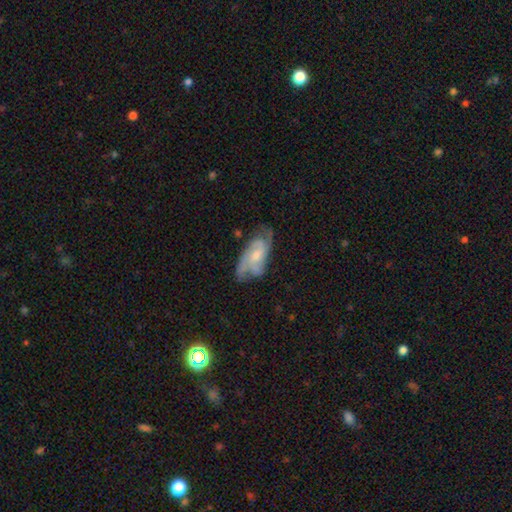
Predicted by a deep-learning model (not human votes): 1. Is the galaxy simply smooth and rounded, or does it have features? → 77% featured or disk, 17% smooth, 6% star or artifact.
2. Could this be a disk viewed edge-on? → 94% no, 6% yes.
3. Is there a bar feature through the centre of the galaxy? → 62% no, 32% weak, 6% strong.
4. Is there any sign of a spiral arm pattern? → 93% yes, 7% no.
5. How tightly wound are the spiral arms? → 45% medium, 39% tight, 16% loose.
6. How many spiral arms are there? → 32% 2, 31% 3, 21% can't tell, 9% 4, 4% 1, 3% more than 4.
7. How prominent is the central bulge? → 46% moderate (tied), 46% small (tied), 4% none, 3% large, 1% dominant.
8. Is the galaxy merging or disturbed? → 61% none, 25% minor disturbance, 11% major disturbance, 2% merger.